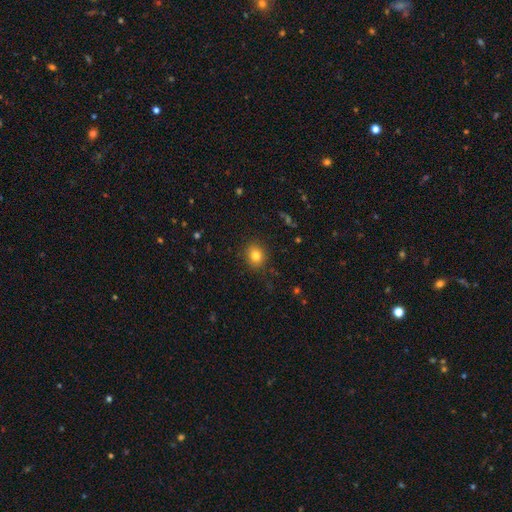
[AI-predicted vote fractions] A smooth galaxy with no disk features (81%) that is round (70%).

Vote fractions:
- Smooth or featured? smooth: 81% / star or artifact: 12% / featured or disk: 7%
- How rounded? round: 70% / in between: 29% / cigar-shaped: 1%
- Merging? none: 88% / minor disturbance: 9% / major disturbance: 3% / merger: 1%